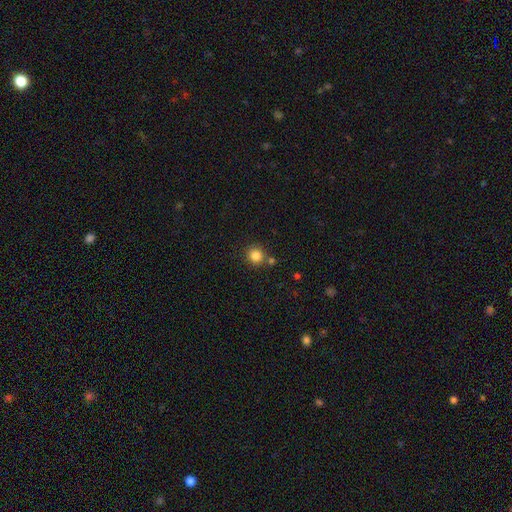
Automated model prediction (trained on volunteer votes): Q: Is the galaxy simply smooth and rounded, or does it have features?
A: smooth — 84%.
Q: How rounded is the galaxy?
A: round — 93%.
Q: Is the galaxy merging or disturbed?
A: none — 78%.